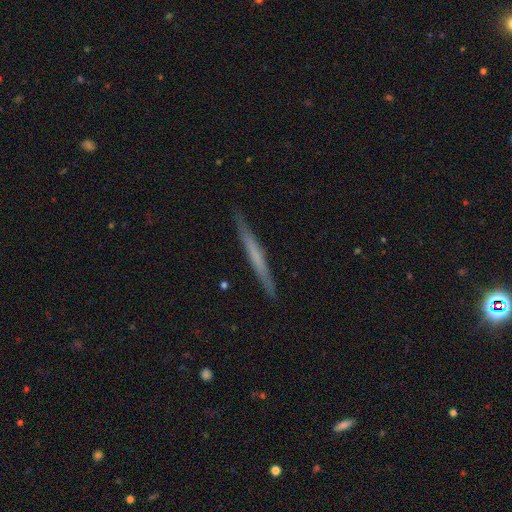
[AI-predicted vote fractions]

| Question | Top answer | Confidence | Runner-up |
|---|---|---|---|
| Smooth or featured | featured or disk | 49% | smooth (45%) |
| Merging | none | 91% | minor disturbance (7%) |